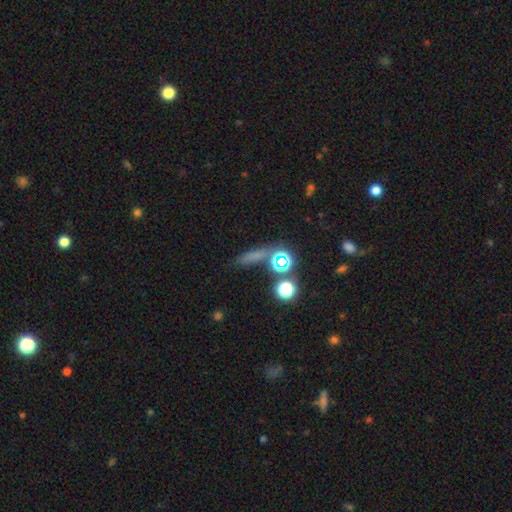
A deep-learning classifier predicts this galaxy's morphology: The model was most divided on "smooth or featured": smooth: 58%, star or artifact: 30%, featured or disk: 12%. More confident: merging — none (70%); how rounded — cigar-shaped (57%).